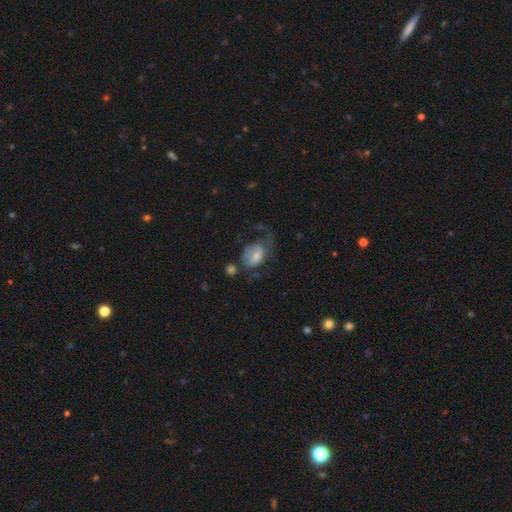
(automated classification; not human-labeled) This appears to be a smooth galaxy with no disk features (54%) that is in between round and cigar-shaped (79%). Merging: major disturbance (51%).